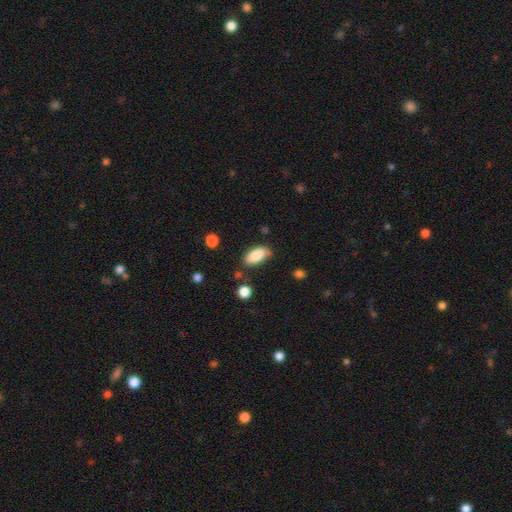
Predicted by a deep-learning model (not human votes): Smooth or featured: smooth — 84% (featured or disk — 9%)
How rounded: in between — 90% (cigar-shaped — 8%)
Merging: none — 71% (minor disturbance — 20%)